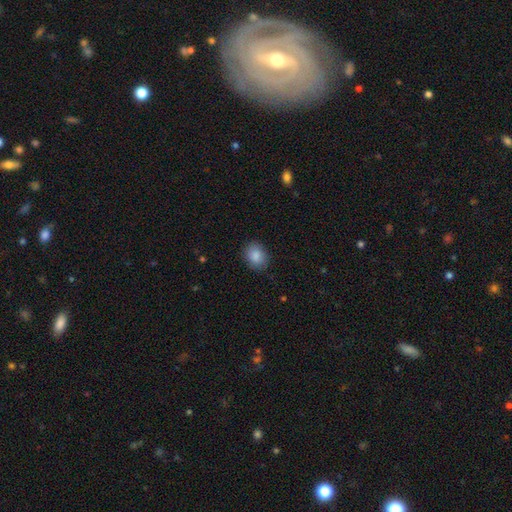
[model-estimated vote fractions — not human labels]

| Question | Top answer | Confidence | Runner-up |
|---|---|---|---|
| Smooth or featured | smooth | 88% | star or artifact (8%) |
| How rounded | in between | 52% | round (47%) |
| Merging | none | 85% | minor disturbance (11%) |